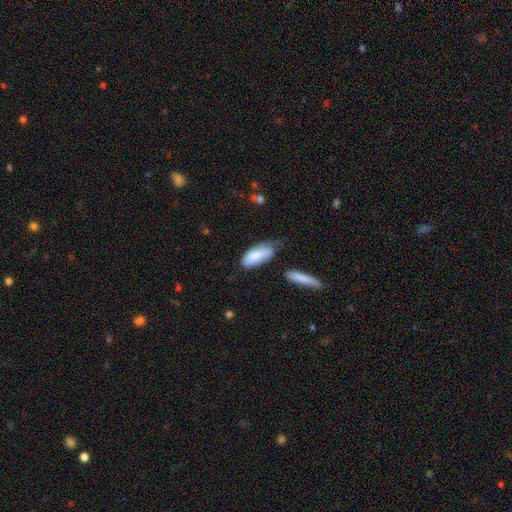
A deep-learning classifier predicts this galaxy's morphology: type=smooth (83%); roundness=in between (84%); merging=minor disturbance (40%).